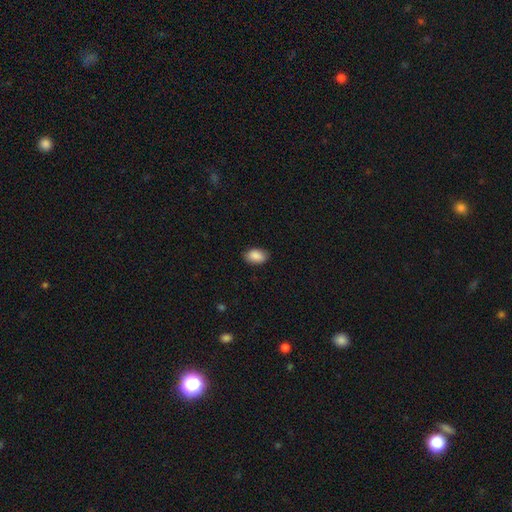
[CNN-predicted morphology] Smooth or featured?
  - smooth: 88% *
  - star or artifact: 7%
  - featured or disk: 5%
How rounded?
  - in between: 90% *
  - round: 8%
  - cigar-shaped: 1%
Merging?
  - none: 85% *
  - minor disturbance: 12%
  - major disturbance: 2%
  - merger: 1%